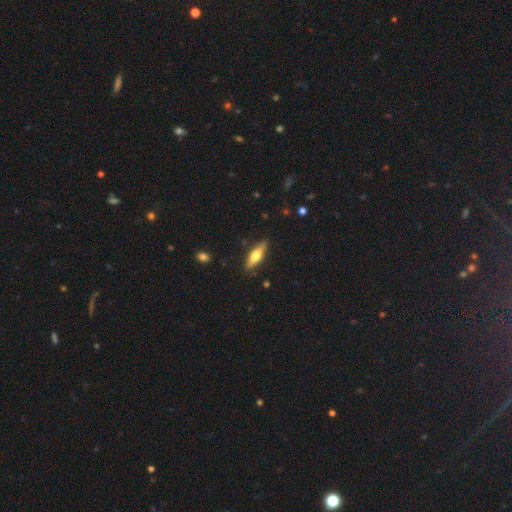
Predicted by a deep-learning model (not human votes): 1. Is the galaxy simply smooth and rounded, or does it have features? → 52% smooth, 42% featured or disk, 6% star or artifact.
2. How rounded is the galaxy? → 56% cigar-shaped, 42% in between, 2% round.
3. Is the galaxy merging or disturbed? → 87% none, 10% minor disturbance, 2% major disturbance, 1% merger.